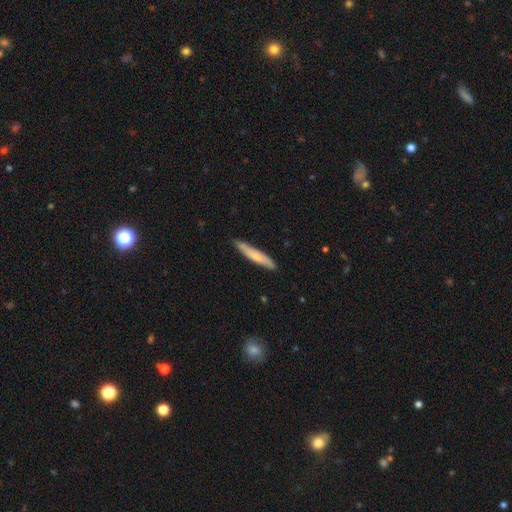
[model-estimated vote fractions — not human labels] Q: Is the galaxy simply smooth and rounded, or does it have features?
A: smooth — 62%.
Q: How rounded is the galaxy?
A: cigar-shaped — 91%.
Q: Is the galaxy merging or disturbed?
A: none — 82%.